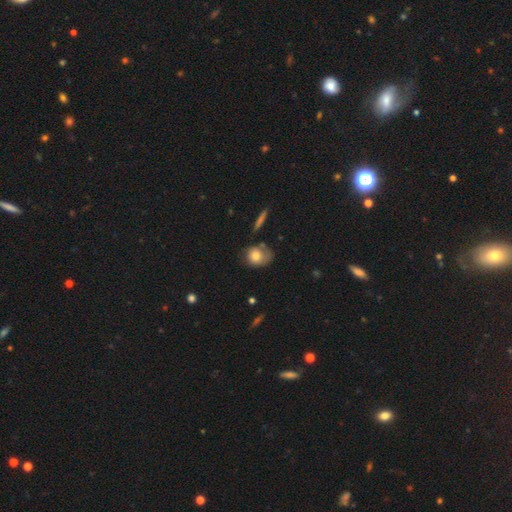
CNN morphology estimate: A smooth galaxy with no disk features (72%) that is round (56%). Merging: none (45%).